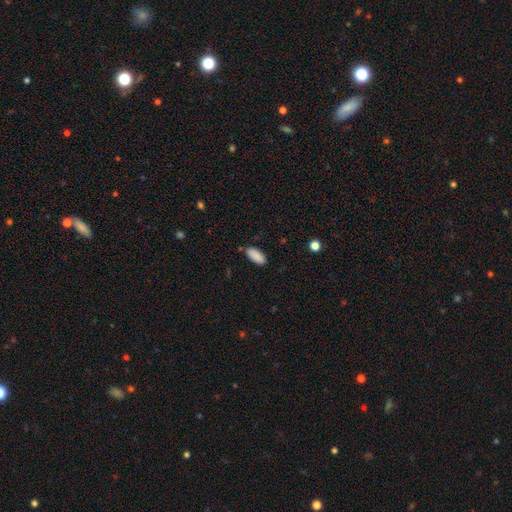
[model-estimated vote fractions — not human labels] smooth 89%, star or artifact 7%, featured or disk 4%. Down the decision tree: how rounded — in between (89%); merging — none (85%).